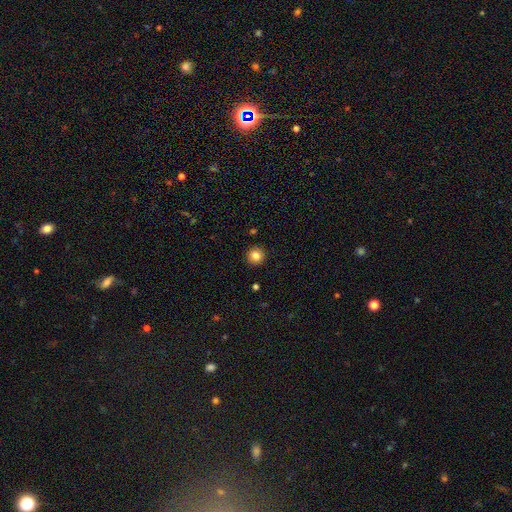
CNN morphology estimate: Overall: smooth (84%). How rounded: round (95%). Merging: none (93%).